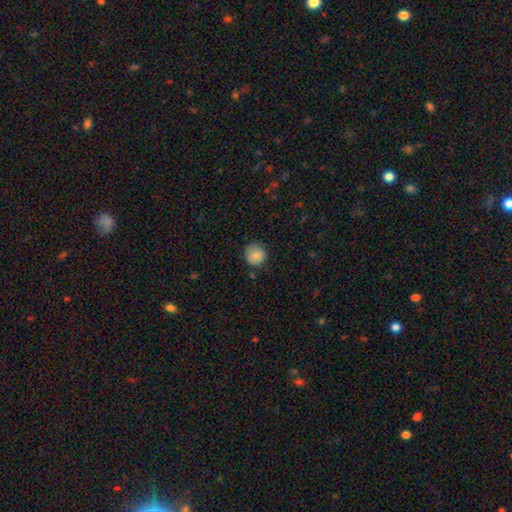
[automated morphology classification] smooth_or_featured: smooth (p=0.87) [alt: star or artifact p=0.08]
how_rounded: round (p=0.91) [alt: in between p=0.08]
merging: none (p=0.79) [alt: minor disturbance p=0.17]